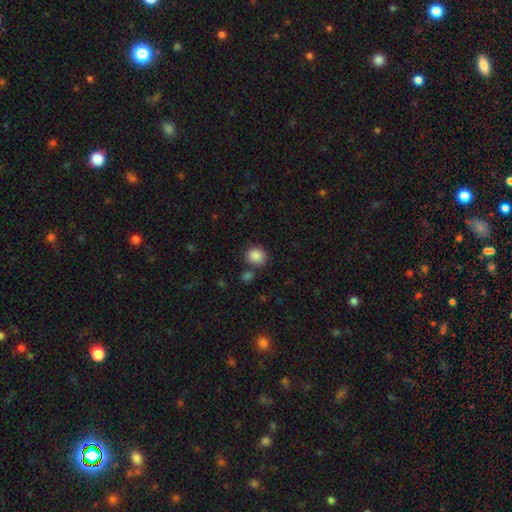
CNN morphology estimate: Smooth or featured?
  - smooth: 87% *
  - star or artifact: 9%
  - featured or disk: 4%
How rounded?
  - round: 79% *
  - in between: 21%
  - cigar-shaped: 1%
Merging?
  - none: 76% *
  - minor disturbance: 11%
  - merger: 10%
  - major disturbance: 4%